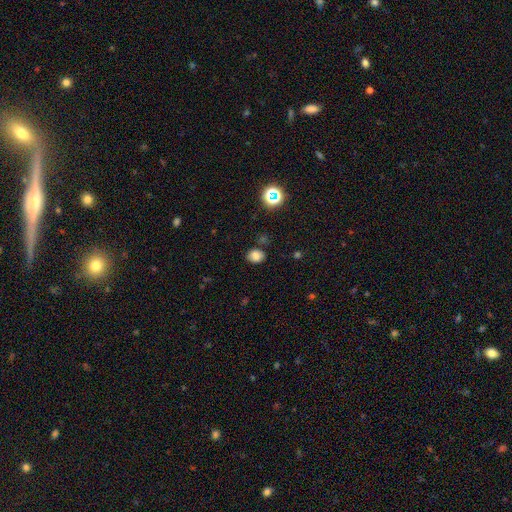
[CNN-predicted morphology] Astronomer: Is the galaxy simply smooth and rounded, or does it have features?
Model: smooth — 78%.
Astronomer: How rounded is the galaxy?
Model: in between — 51% (runner-up: round, 48%).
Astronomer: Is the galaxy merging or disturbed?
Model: none — 79%.